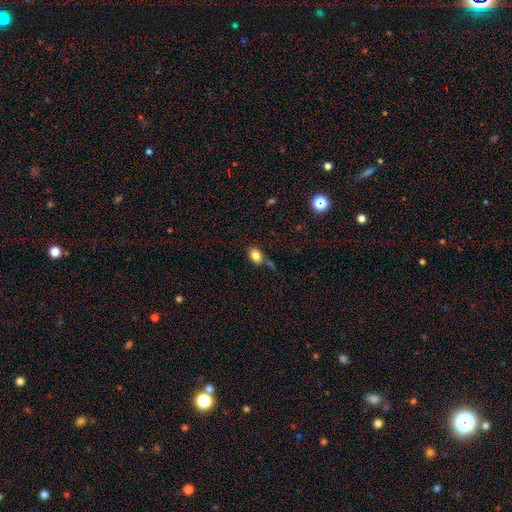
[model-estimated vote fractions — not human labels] A smooth galaxy with no disk features (83%) that is in between round and cigar-shaped (77%).

Vote fractions:
- Smooth or featured? smooth: 83% / star or artifact: 10% / featured or disk: 7%
- How rounded? in between: 77% / round: 22% / cigar-shaped: 1%
- Merging? none: 67% / minor disturbance: 16% / merger: 12% / major disturbance: 5%